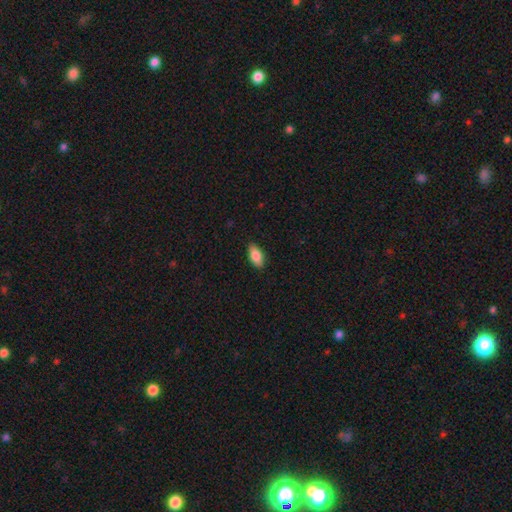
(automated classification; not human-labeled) Smooth or featured?
  - smooth: 84% *
  - featured or disk: 9%
  - star or artifact: 7%
How rounded?
  - in between: 89% *
  - cigar-shaped: 8%
  - round: 3%
Merging?
  - none: 87% *
  - minor disturbance: 10%
  - major disturbance: 2%
  - merger: 1%